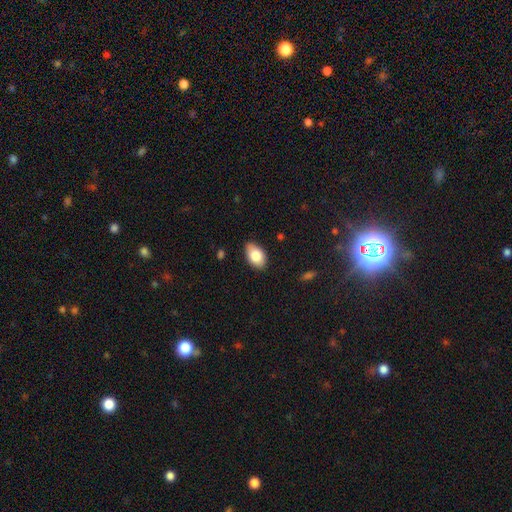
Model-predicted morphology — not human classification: type=smooth (81%); roundness=in between (92%); merging=none (81%).